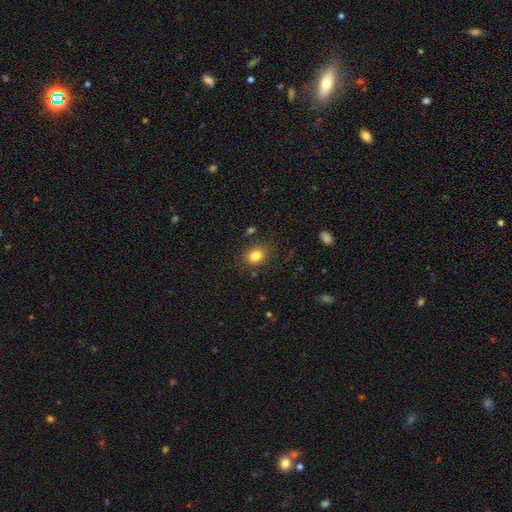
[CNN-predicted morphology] Smooth or featured? smooth (81%)
How rounded? in between (59%)
Merging? none (82%)